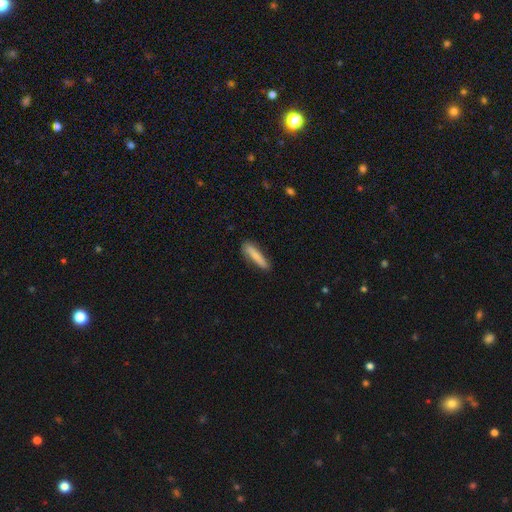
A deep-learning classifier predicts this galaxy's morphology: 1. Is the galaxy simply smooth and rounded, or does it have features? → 79% smooth, 15% featured or disk, 6% star or artifact.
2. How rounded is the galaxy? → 87% cigar-shaped, 12% in between, 1% round.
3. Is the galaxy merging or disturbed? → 79% none, 16% minor disturbance, 3% major disturbance, 2% merger.